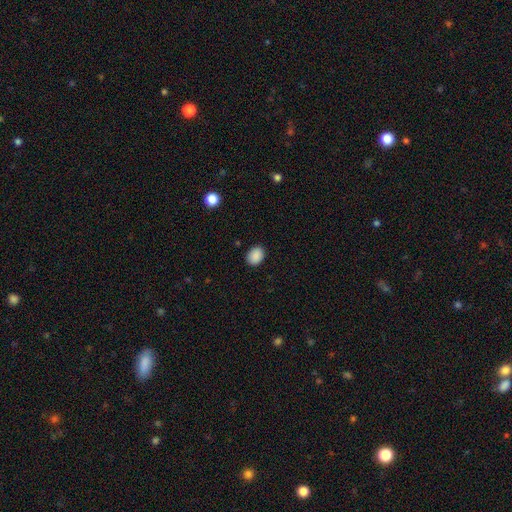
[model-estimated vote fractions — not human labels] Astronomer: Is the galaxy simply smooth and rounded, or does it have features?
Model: smooth — 89%.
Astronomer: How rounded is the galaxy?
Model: in between — 60% (runner-up: round, 39%).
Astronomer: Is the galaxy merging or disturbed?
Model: none — 89%.